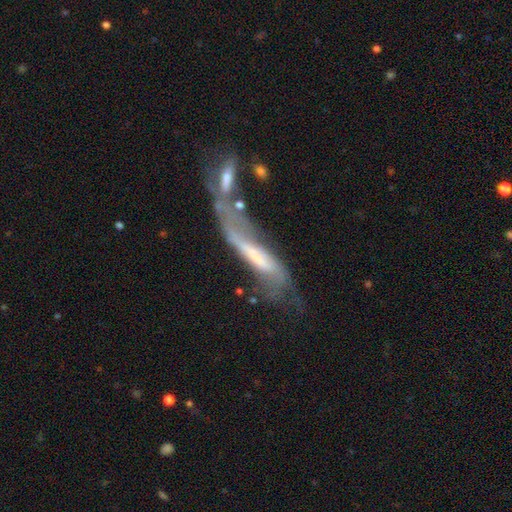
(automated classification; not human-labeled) smooth_or_featured: featured or disk (p=0.58) [alt: smooth p=0.34]
disk_edge_on: no (p=0.62) [alt: yes p=0.38]
merging: merger (p=0.42) [alt: major disturbance p=0.30]